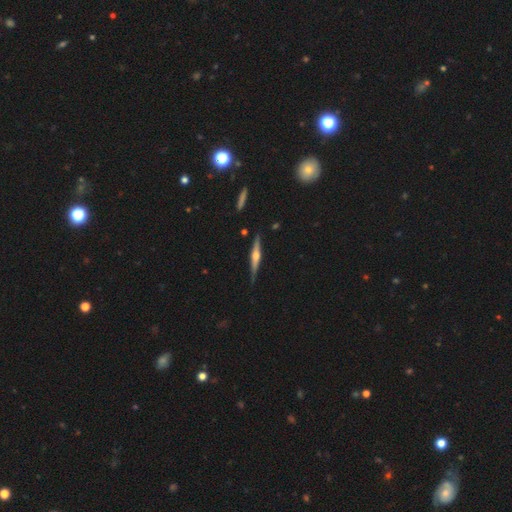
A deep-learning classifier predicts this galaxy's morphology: Smooth or featured: featured or disk — 74% (smooth — 21%)
Edge-on disk: yes — 98% (no — 2%)
Edge-on bulge: rounded — 90% (boxy — 6%)
Merging: none — 85% (minor disturbance — 11%)